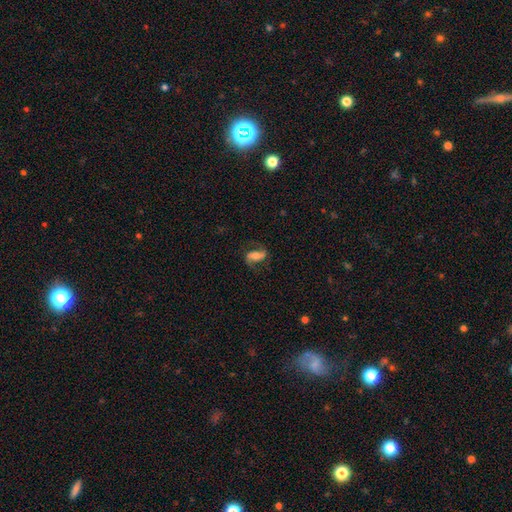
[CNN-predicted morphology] Smooth or featured? Predicted: featured or disk (p=0.70). Edge-on disk? Predicted: no (p=0.95). Bar? Predicted: strong (p=0.35). Spiral arms? Predicted: yes (p=0.93). Spiral winding? Predicted: loose (p=0.49). Spiral arm count? Predicted: 2 (p=0.91). Bulge size? Predicted: moderate (p=0.46). Merging? Predicted: none (p=0.73).